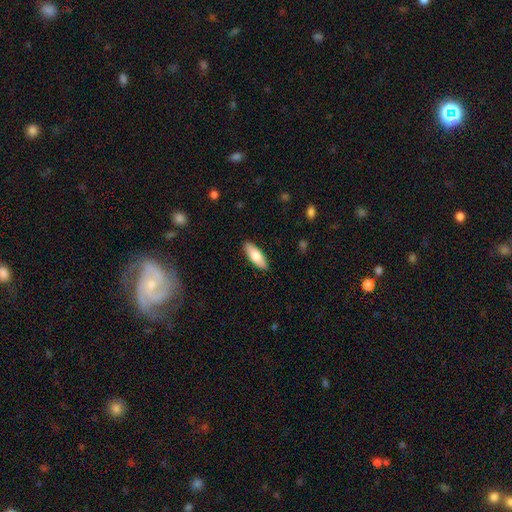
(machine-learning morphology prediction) This is likely a smooth galaxy (80%). How rounded: likely in between (67%). Merging: clearly none (88%).